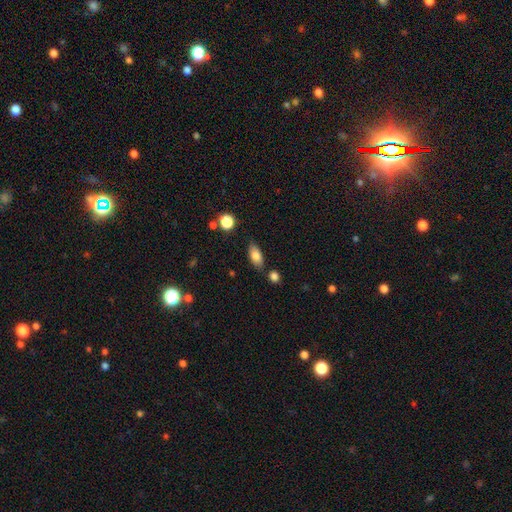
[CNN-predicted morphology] smooth_or_featured: smooth (p=0.80) [alt: featured or disk p=0.12]
how_rounded: in between (p=0.87) [alt: cigar-shaped p=0.08]
merging: none (p=0.76) [alt: minor disturbance p=0.15]